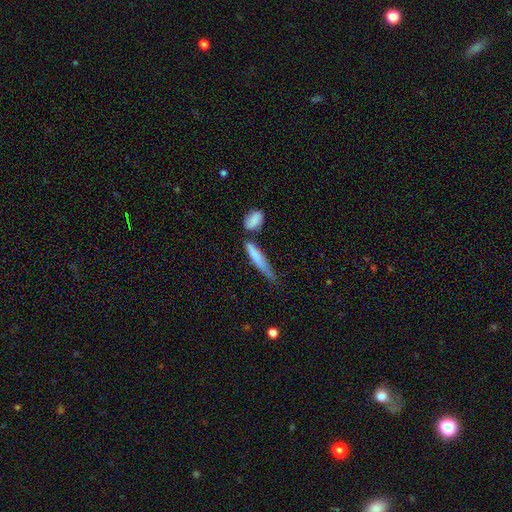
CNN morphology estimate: A smooth galaxy with no disk features (73%) that is cigar-shaped (81%). Merging: none (39%).